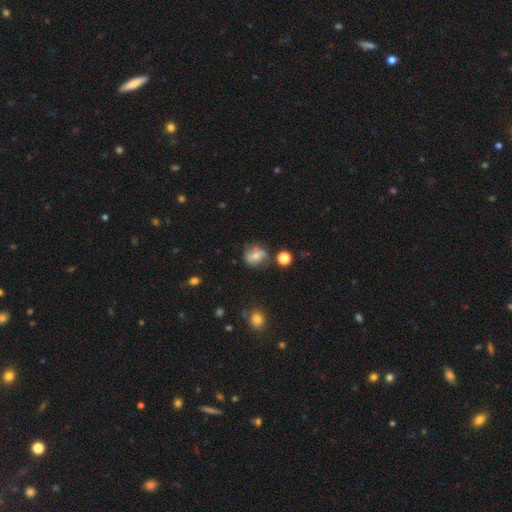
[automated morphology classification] Q: Smooth or featured?
A: smooth (56%); runner-up: featured or disk (32%)
Q: How rounded?
A: round (75%); runner-up: in between (24%)
Q: Merging?
A: none (67%); runner-up: minor disturbance (21%)